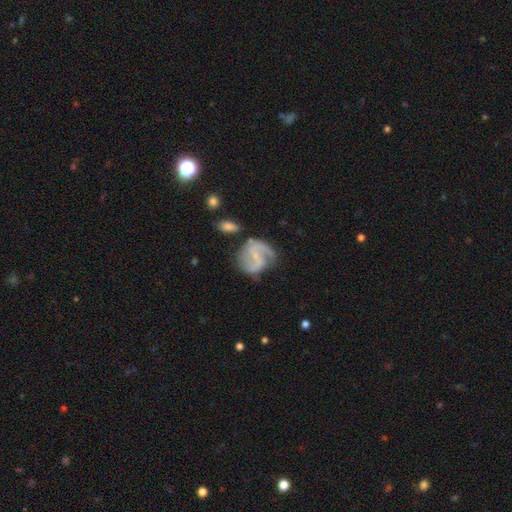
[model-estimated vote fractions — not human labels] Smooth or featured? Predicted: featured or disk (p=0.86). Edge-on disk? Predicted: no (p=0.98). Bar? Predicted: weak (p=0.48). Spiral arms? Predicted: yes (p=0.96). Spiral winding? Predicted: medium (p=0.51). Spiral arm count? Predicted: 2 (p=0.86). Bulge size? Predicted: small (p=0.61). Merging? Predicted: none (p=0.65).